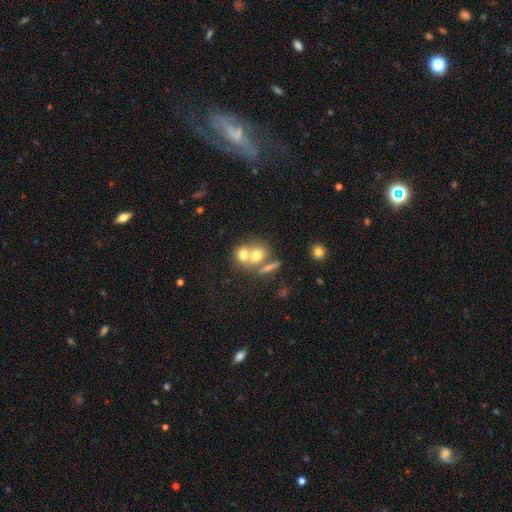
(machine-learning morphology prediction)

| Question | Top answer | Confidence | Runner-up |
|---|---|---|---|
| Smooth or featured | smooth | 67% | featured or disk (22%) |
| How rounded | round | 65% | in between (33%) |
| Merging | merger | 60% | none (29%) |